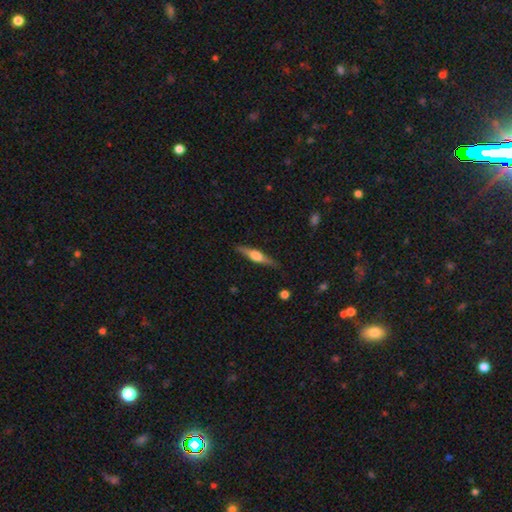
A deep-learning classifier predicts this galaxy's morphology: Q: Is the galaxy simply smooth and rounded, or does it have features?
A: featured or disk — 66%.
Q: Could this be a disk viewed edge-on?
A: yes — 97%.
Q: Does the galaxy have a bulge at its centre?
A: rounded — 88%.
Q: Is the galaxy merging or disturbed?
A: none — 86%.